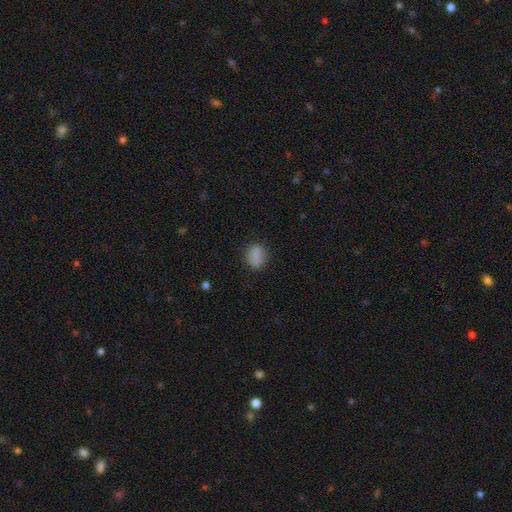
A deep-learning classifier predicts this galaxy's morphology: Q: Smooth or featured?
A: smooth (84%); runner-up: star or artifact (10%)
Q: How rounded?
A: in between (69%); runner-up: round (29%)
Q: Merging?
A: none (80%); runner-up: minor disturbance (14%)